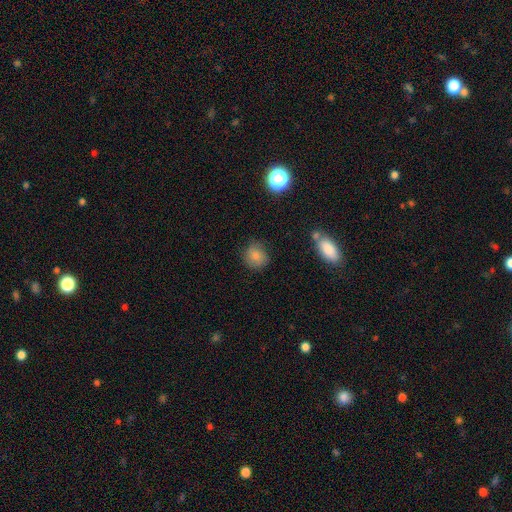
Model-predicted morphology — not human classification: Smooth or featured? Predicted: smooth (p=0.81). How rounded? Predicted: round (p=0.83). Merging? Predicted: none (p=0.79).